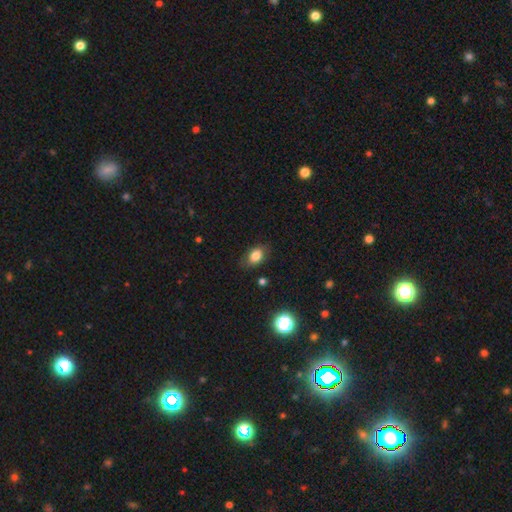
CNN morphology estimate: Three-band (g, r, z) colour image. It shows a smooth galaxy with no disk features (81%) that is in between round and cigar-shaped (83%). Merging: none (80%).